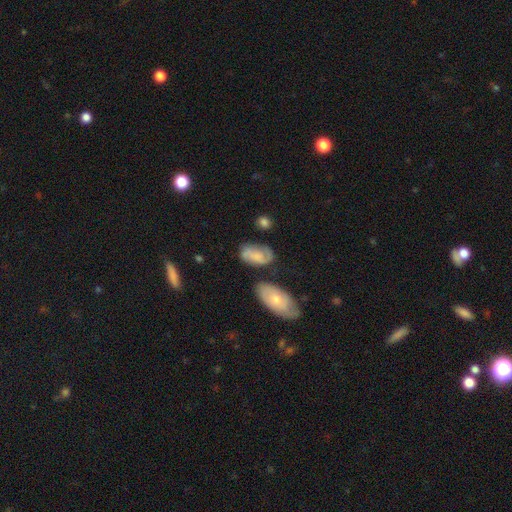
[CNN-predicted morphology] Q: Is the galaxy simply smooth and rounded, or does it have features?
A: smooth — 52%.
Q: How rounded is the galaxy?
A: in between — 90%.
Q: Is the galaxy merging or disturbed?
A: none — 57%.